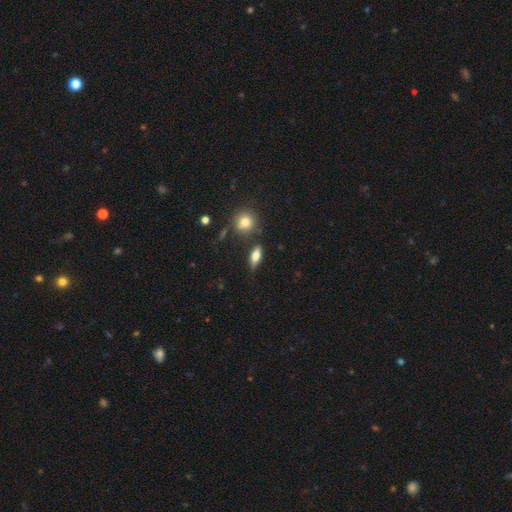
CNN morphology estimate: A smooth galaxy with no disk features (65%) that is in between round and cigar-shaped (65%). Merging: none (80%).